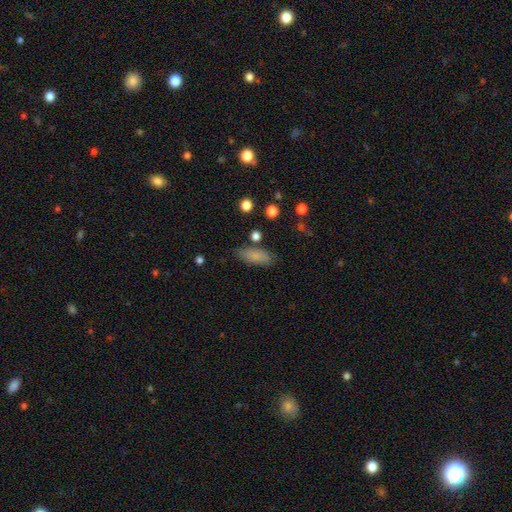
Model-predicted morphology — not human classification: Overall: smooth (84%). How rounded: in between (68%; cigar-shaped 30%). Merging: none (80%).